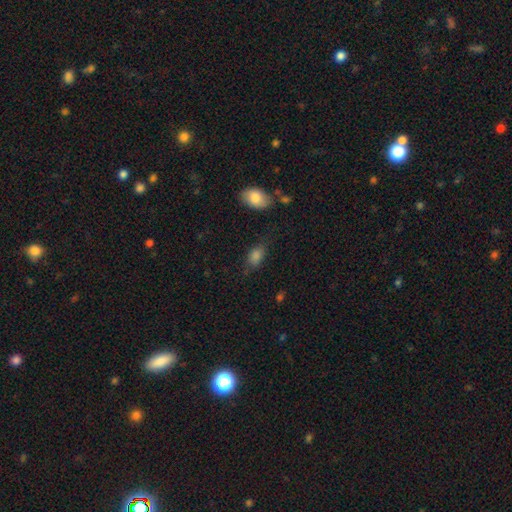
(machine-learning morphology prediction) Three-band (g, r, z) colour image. It shows a smooth galaxy with no disk features (80%) that is in between round and cigar-shaped (86%). Merging: none (64%).